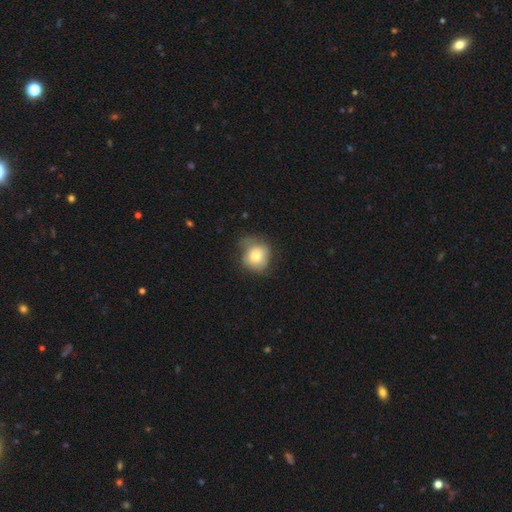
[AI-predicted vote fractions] Smooth or featured? smooth (75%)
How rounded? round (82%)
Merging? none (53%)